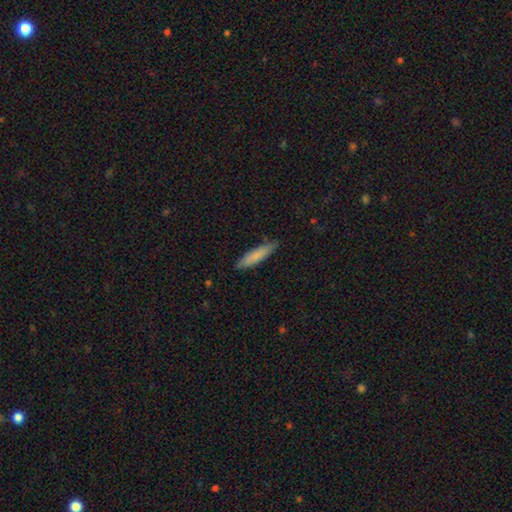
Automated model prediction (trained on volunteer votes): Q: Smooth or featured?
A: smooth (79%); runner-up: featured or disk (15%)
Q: How rounded?
A: cigar-shaped (82%); runner-up: in between (16%)
Q: Merging?
A: none (83%); runner-up: minor disturbance (13%)